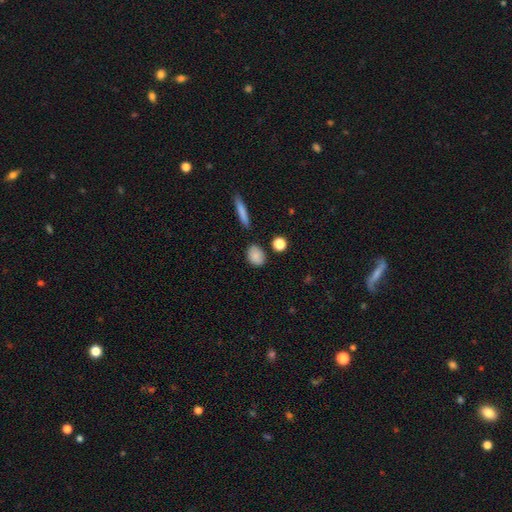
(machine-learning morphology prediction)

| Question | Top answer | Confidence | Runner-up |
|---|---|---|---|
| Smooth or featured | smooth | 85% | star or artifact (8%) |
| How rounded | in between | 60% | round (36%) |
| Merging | none | 80% | minor disturbance (12%) |